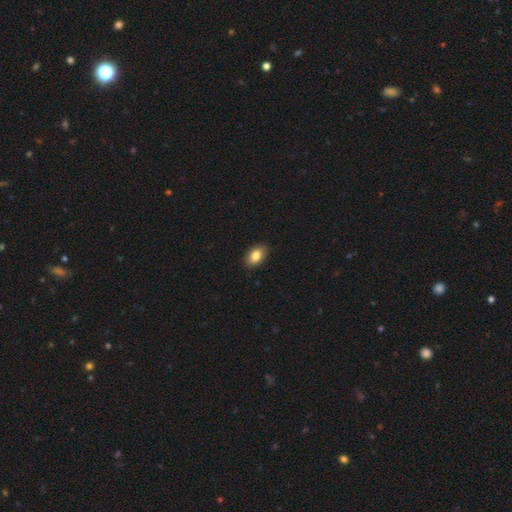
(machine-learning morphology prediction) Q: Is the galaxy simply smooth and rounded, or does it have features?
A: smooth — 84%.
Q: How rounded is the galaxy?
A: in between — 89%.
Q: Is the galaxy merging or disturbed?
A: none — 88%.